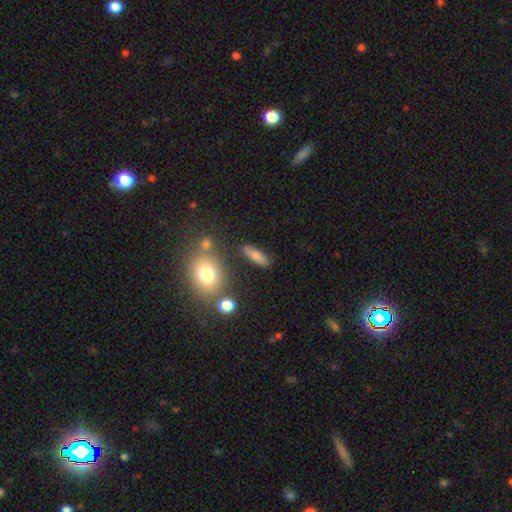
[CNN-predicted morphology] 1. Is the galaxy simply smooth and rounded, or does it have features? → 72% smooth, 19% featured or disk, 9% star or artifact.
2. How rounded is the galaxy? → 48% in between, 45% cigar-shaped, 7% round.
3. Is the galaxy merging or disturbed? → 81% none, 11% minor disturbance, 5% merger, 4% major disturbance.